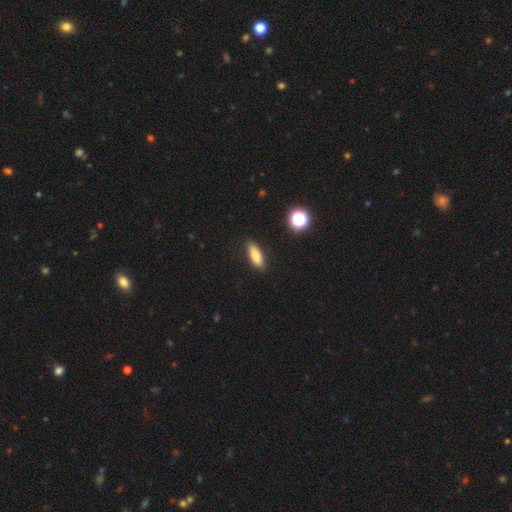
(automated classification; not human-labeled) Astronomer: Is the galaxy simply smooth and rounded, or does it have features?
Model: smooth — 84%.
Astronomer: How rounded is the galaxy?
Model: in between — 59% (runner-up: cigar-shaped, 38%).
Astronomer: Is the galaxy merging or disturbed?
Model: none — 87%.